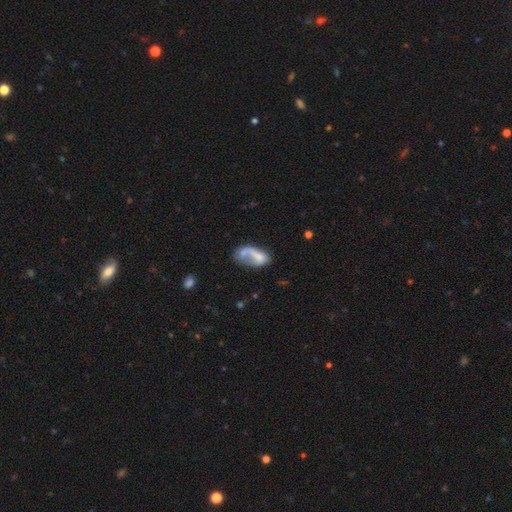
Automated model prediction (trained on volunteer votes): smooth 57%, featured or disk 34%, star or artifact 9%. Down the decision tree: how rounded — in between (87%); merging — major disturbance (31%).